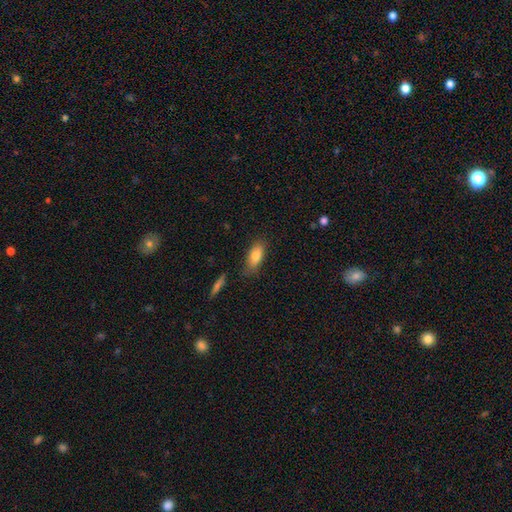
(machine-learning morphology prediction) smooth 80%, featured or disk 13%, star or artifact 7%. Down the decision tree: how rounded — in between (80%); merging — none (76%).